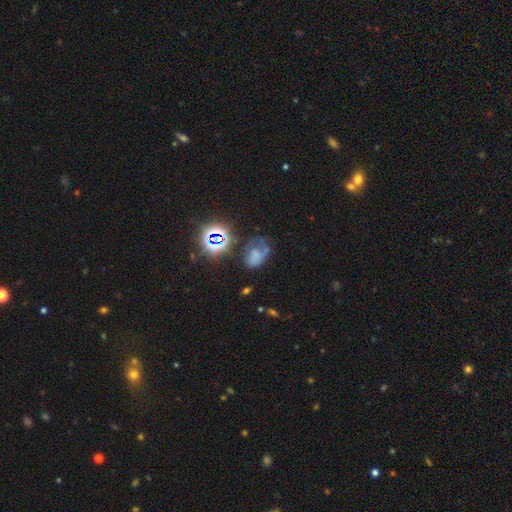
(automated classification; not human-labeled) The model was most divided on "merging": none: 36%, major disturbance: 29%, minor disturbance: 27%, merger: 8%. Remaining: smooth or featured — smooth (46%).